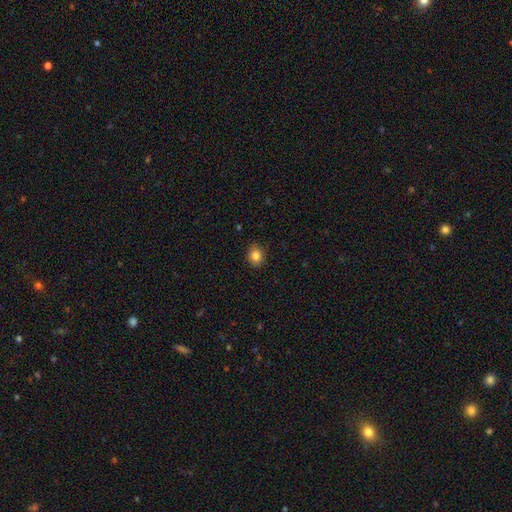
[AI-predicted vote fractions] Smooth or featured? smooth (83%)
How rounded? round (59%)
Merging? none (87%)